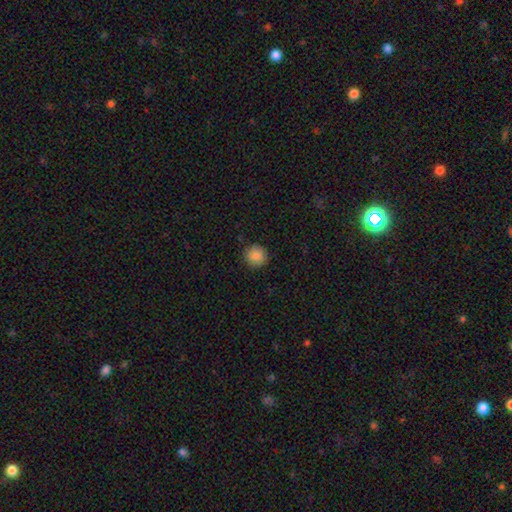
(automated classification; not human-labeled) A smooth galaxy with no disk features (85%) that is round (95%).

Vote fractions:
- Smooth or featured? smooth: 85% / star or artifact: 10% / featured or disk: 5%
- How rounded? round: 95% / in between: 4% / cigar-shaped: 1%
- Merging? none: 90% / minor disturbance: 7% / major disturbance: 2% / merger: 1%